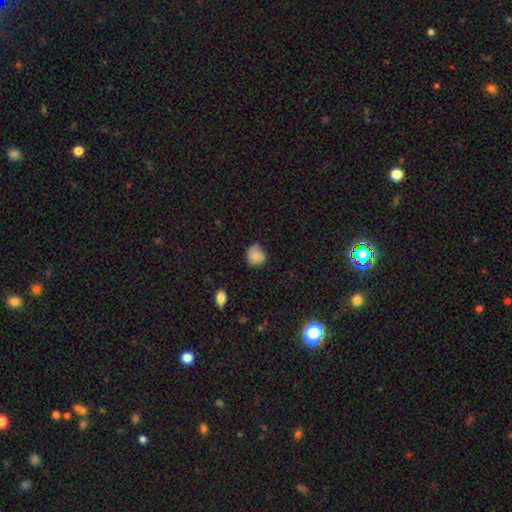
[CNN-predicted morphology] A smooth galaxy with no disk features (82%) that is round (81%).

Vote fractions:
- Smooth or featured? smooth: 82% / star or artifact: 9% / featured or disk: 9%
- How rounded? round: 81% / in between: 18% / cigar-shaped: 1%
- Merging? none: 62% / minor disturbance: 30% / major disturbance: 7% / merger: 2%